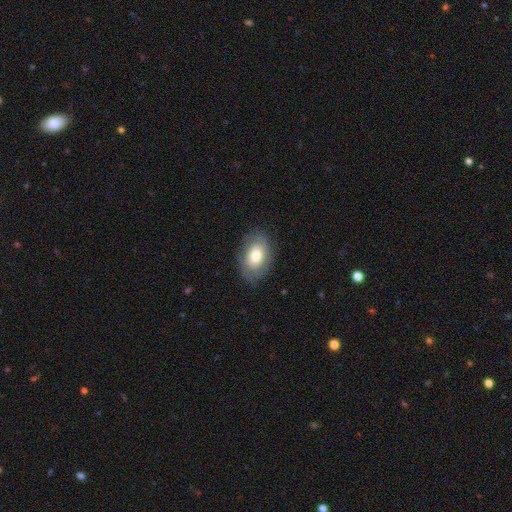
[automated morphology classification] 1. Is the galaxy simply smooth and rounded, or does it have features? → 69% smooth, 24% featured or disk, 7% star or artifact.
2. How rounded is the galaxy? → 86% in between, 13% round, 1% cigar-shaped.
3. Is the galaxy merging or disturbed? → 79% none, 15% minor disturbance, 5% major disturbance, 1% merger.